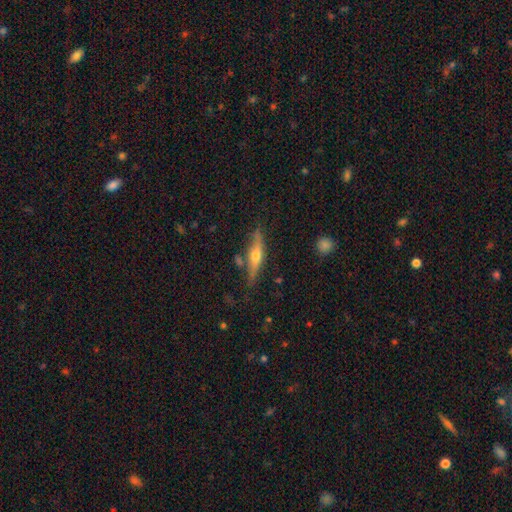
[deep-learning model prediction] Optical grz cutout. It shows a featured or disk galaxy (64%) viewed edge-on (94%) with a rounded central bulge (91%). Merging: none (78%).